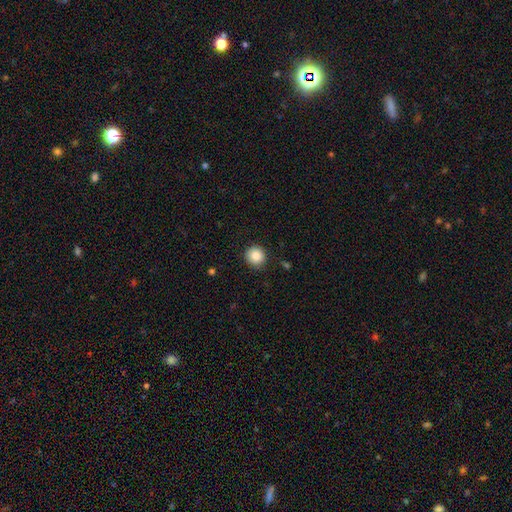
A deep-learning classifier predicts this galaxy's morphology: Smooth or featured?
  - smooth: 86% *
  - star or artifact: 9%
  - featured or disk: 5%
How rounded?
  - round: 93% *
  - in between: 6%
  - cigar-shaped: 1%
Merging?
  - none: 90% *
  - minor disturbance: 7%
  - major disturbance: 2%
  - merger: 1%